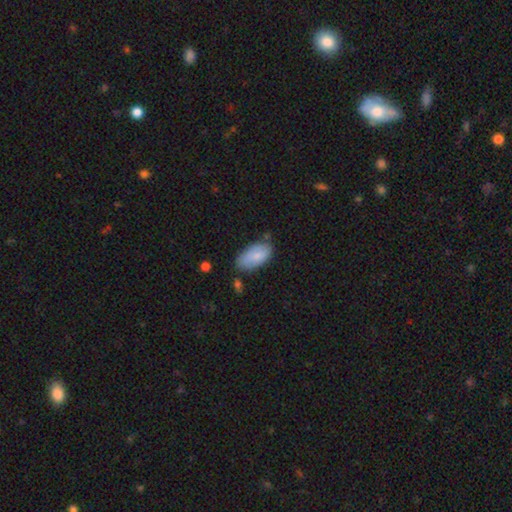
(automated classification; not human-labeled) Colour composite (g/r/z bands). It shows a smooth galaxy with no disk features (82%) that is in between round and cigar-shaped (94%). Merging: none (70%).